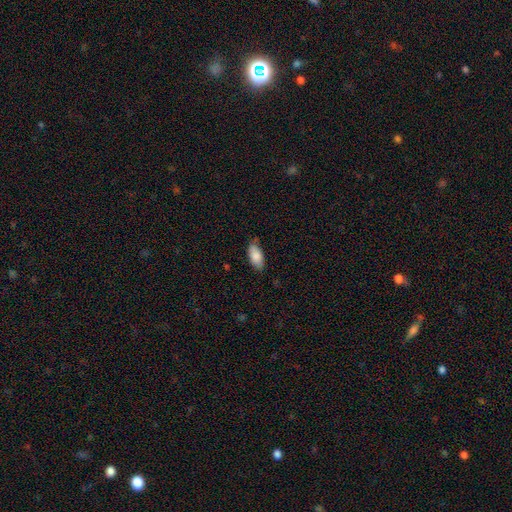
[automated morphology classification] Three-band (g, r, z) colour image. It shows a smooth galaxy with no disk features (86%) that is in between round and cigar-shaped (89%). Merging: none (77%).